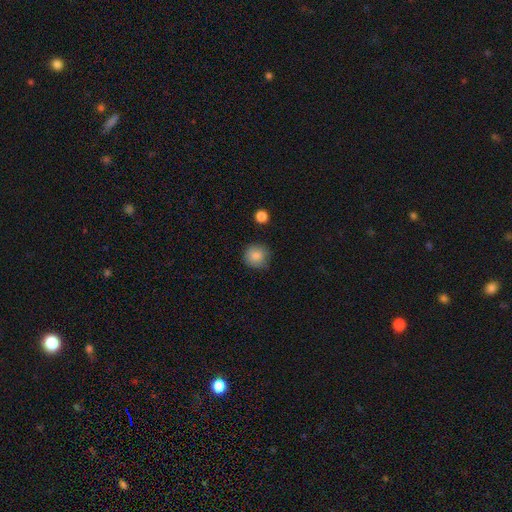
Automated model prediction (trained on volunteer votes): This appears to be a smooth galaxy with no disk features (85%) that is round (92%). Merging: none (81%).